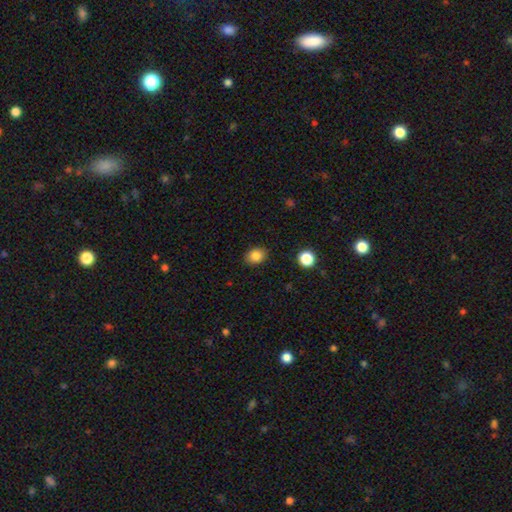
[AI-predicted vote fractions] The model was most divided on "how rounded": in between: 55%, round: 44%, cigar-shaped: 1%. More confident: merging — none (87%); smooth or featured — smooth (84%).